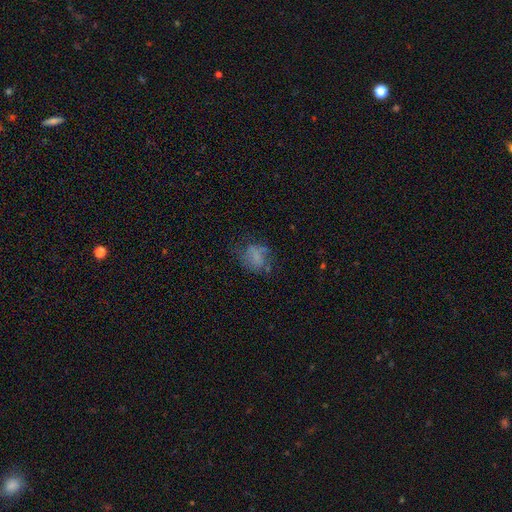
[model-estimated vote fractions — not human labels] Q: Smooth or featured?
A: smooth (55%); runner-up: featured or disk (30%)
Q: How rounded?
A: in between (54%); runner-up: round (44%)
Q: Merging?
A: none (44%); runner-up: major disturbance (27%)